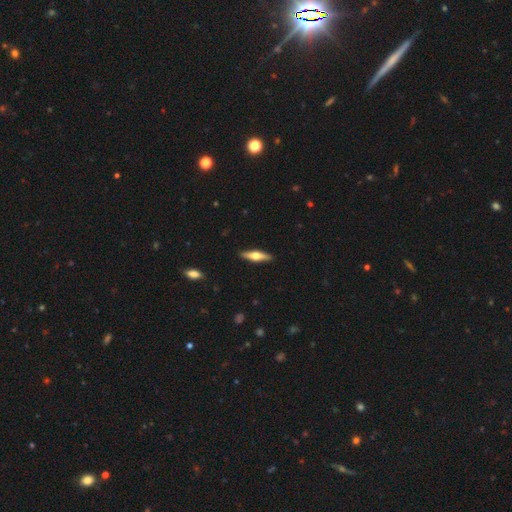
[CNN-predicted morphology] Smooth or featured? Predicted: featured or disk (p=0.55). Edge-on disk? Predicted: yes (p=0.93). Edge-on bulge? Predicted: rounded (p=0.93). Merging? Predicted: none (p=0.90).